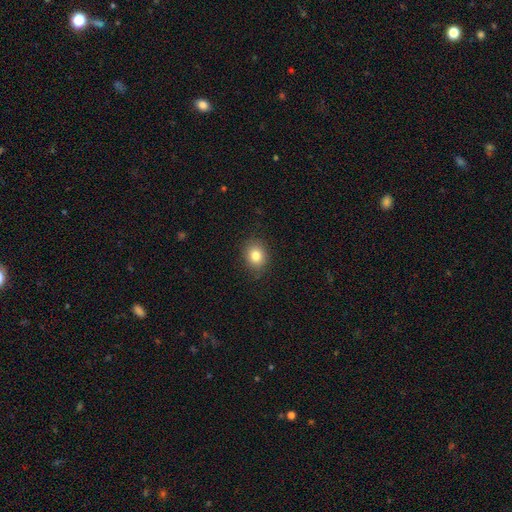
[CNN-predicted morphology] This is clearly a smooth galaxy (82%). How rounded: possibly round (56%). Merging: clearly none (84%).